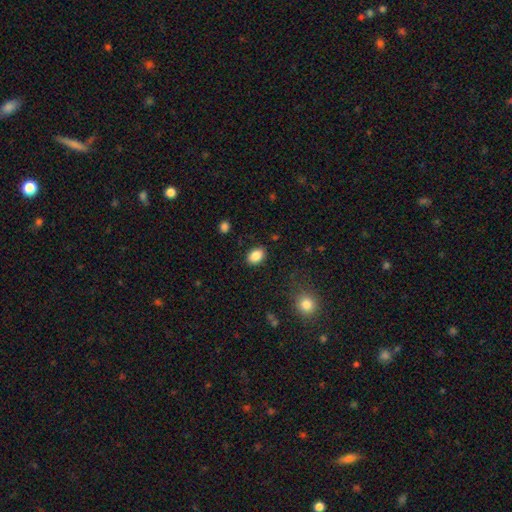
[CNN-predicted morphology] The model was most divided on "how rounded": in between: 79%, round: 20%, cigar-shaped: 1%. More confident: smooth or featured — smooth (87%); merging — none (86%).